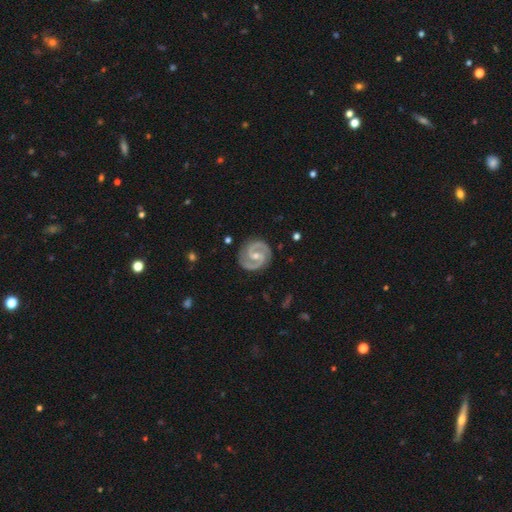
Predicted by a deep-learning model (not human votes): The model was most divided on "bulge size": moderate: 52%, small: 44%, none: 2%, large: 2%, dominant: 1%. Remaining: spiral arms — yes (98%); edge-on disk — no (98%); spiral arm count — 2 (94%); smooth or featured — featured or disk (92%); merging — none (87%); spiral winding — medium (51%); bar — weak (46%).